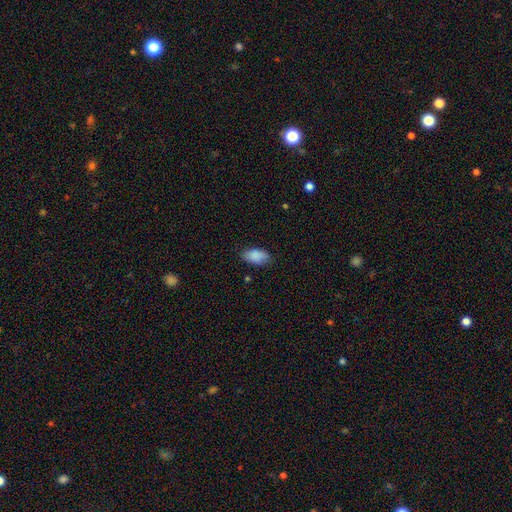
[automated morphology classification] A smooth galaxy with no disk features (88%) that is in between round and cigar-shaped (93%).

Vote fractions:
- Smooth or featured? smooth: 88% / star or artifact: 7% / featured or disk: 5%
- How rounded? in between: 93% / round: 4% / cigar-shaped: 3%
- Merging? none: 82% / minor disturbance: 14% / major disturbance: 3% / merger: 1%